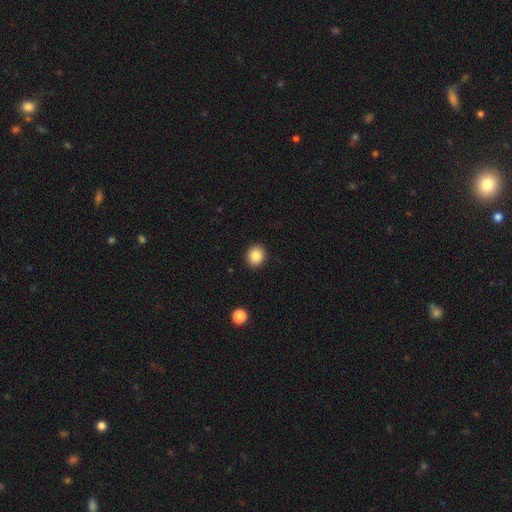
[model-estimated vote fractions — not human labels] Smooth or featured? smooth (86%)
How rounded? round (80%)
Merging? none (91%)